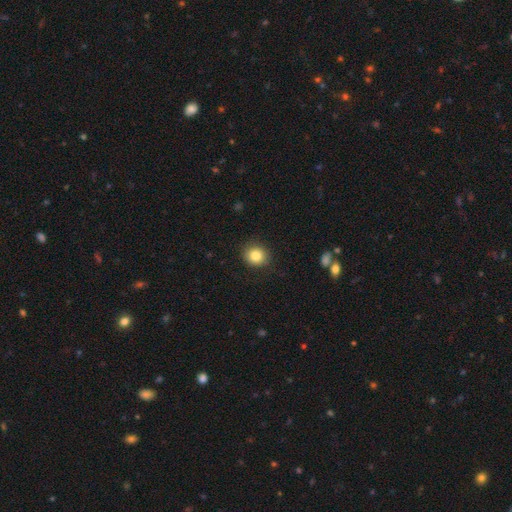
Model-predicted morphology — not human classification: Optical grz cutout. It shows a smooth galaxy with no disk features (84%) that is round (81%). Merging: none (88%).